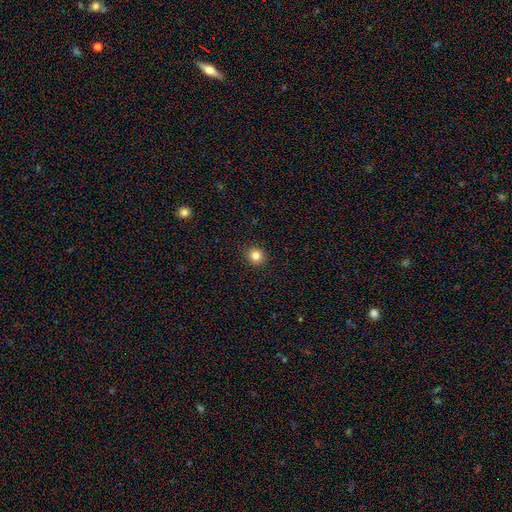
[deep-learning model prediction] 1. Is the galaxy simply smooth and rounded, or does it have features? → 83% smooth, 12% star or artifact, 5% featured or disk.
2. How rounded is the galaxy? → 91% round, 8% in between, 1% cigar-shaped.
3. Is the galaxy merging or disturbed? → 92% none, 5% minor disturbance, 2% major disturbance, 1% merger.